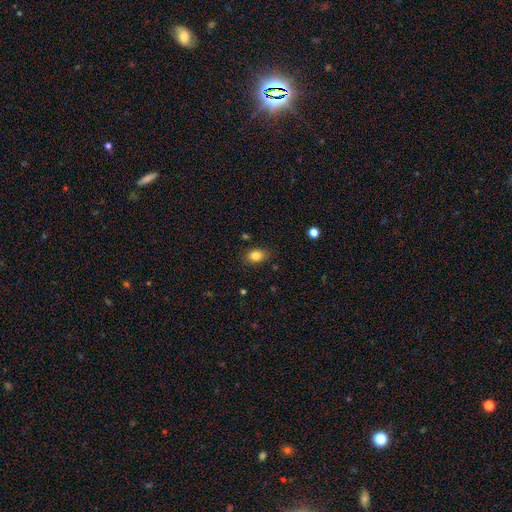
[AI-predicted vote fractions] A smooth galaxy with no disk features (83%) that is in between round and cigar-shaped (70%). Merging: none (81%).